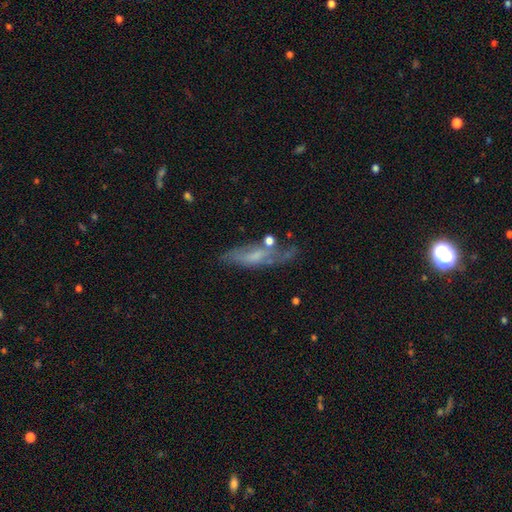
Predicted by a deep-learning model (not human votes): Smooth or featured? featured or disk (51%)
Edge-on disk? no (62%)
Merging? none (47%)